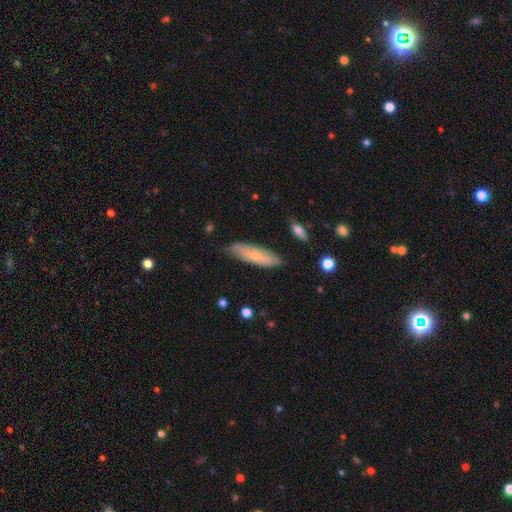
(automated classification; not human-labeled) smooth 61%, featured or disk 33%, star or artifact 6%. Down the decision tree: how rounded — cigar-shaped (57%); merging — none (76%).